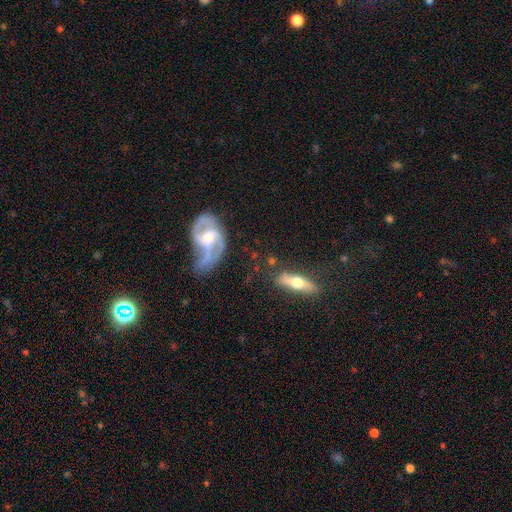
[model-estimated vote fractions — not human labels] Smooth or featured? featured or disk (62%)
Edge-on disk? no (71%)
Merging? none (36%)